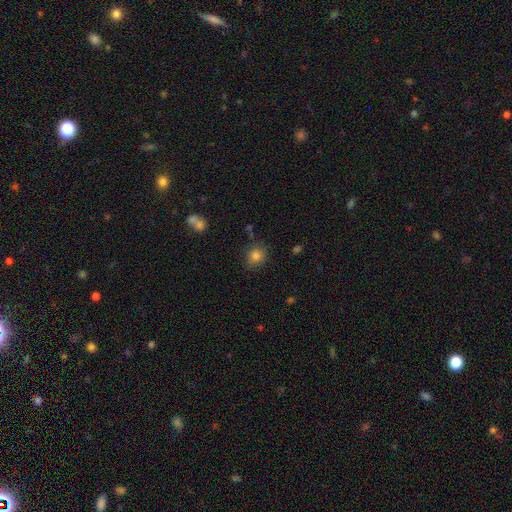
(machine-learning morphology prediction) smooth-or-featured: smooth: 83% | star or artifact: 11% | featured or disk: 6%
  how-rounded: round: 75% | in between: 24% | cigar-shaped: 1%
  merging: none: 80% | minor disturbance: 14% | major disturbance: 4% | merger: 3%